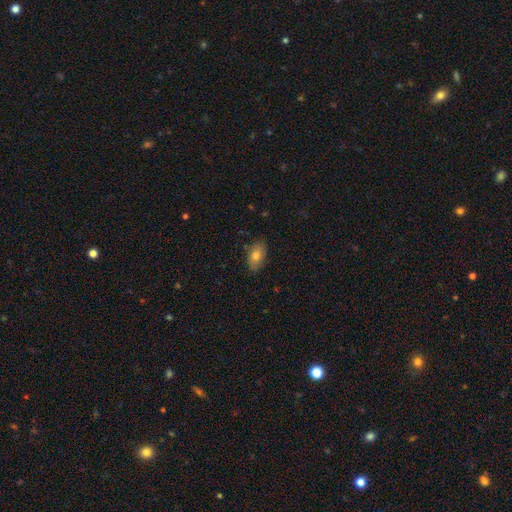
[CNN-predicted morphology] Smooth or featured?
  - smooth: 77% *
  - featured or disk: 15%
  - star or artifact: 8%
How rounded?
  - in between: 91% *
  - round: 6%
  - cigar-shaped: 3%
Merging?
  - none: 82% *
  - minor disturbance: 14%
  - major disturbance: 3%
  - merger: 1%